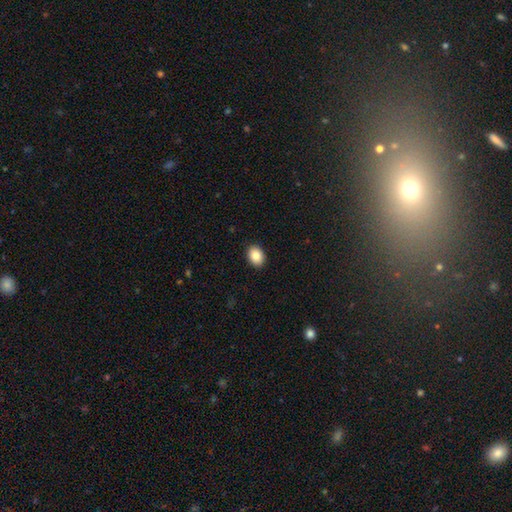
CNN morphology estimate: The model was most divided on "how rounded": in between: 71%, round: 28%, cigar-shaped: 1%. More confident: merging — none (91%); smooth or featured — smooth (86%).